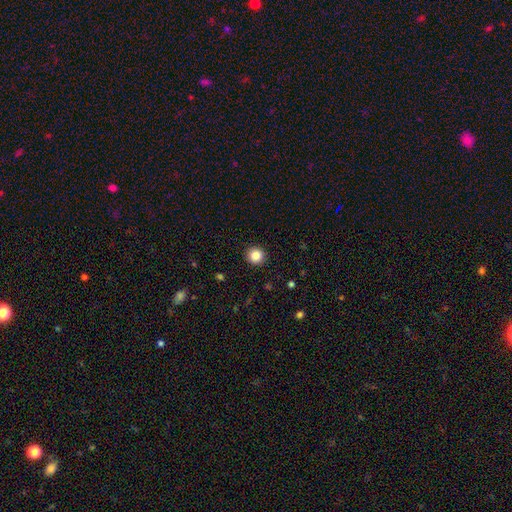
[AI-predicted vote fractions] Q: Smooth or featured?
A: smooth (85%); runner-up: star or artifact (10%)
Q: How rounded?
A: round (94%); runner-up: in between (5%)
Q: Merging?
A: none (93%); runner-up: minor disturbance (5%)